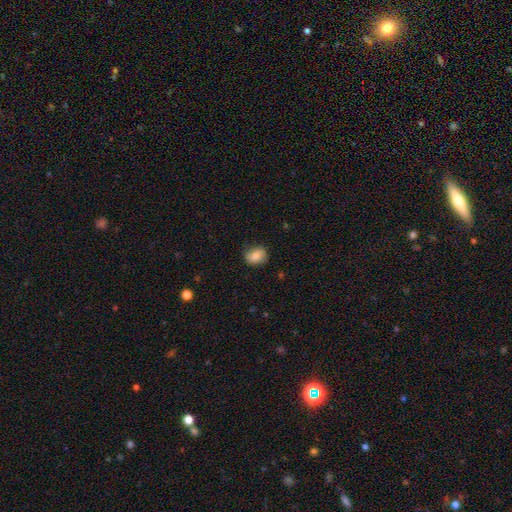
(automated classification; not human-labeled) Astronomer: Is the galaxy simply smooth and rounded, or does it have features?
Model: smooth — 82%.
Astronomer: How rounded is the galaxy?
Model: in between — 55% (runner-up: round, 44%).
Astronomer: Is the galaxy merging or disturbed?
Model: none — 75%.